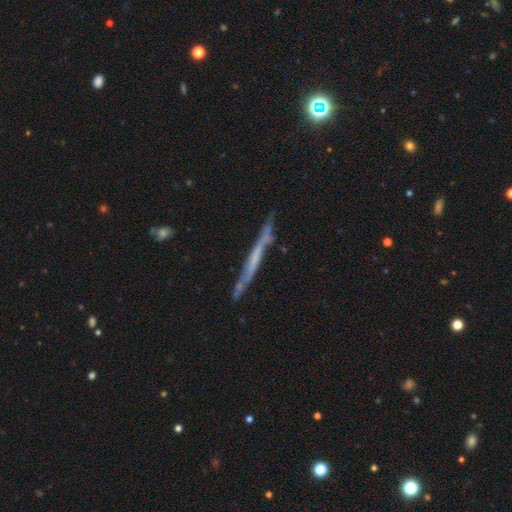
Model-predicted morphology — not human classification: This appears to be a featured or disk galaxy (62%) viewed edge-on (96%) with no central bulge (75%). Merging: none (84%).